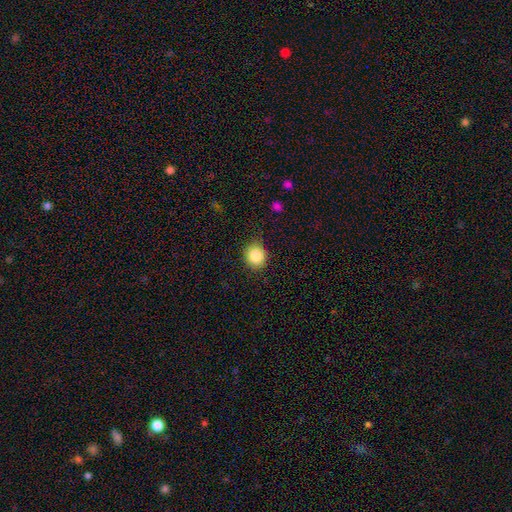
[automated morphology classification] smooth 85%, star or artifact 9%, featured or disk 5%. Down the decision tree: how rounded — round (83%); merging — none (84%).